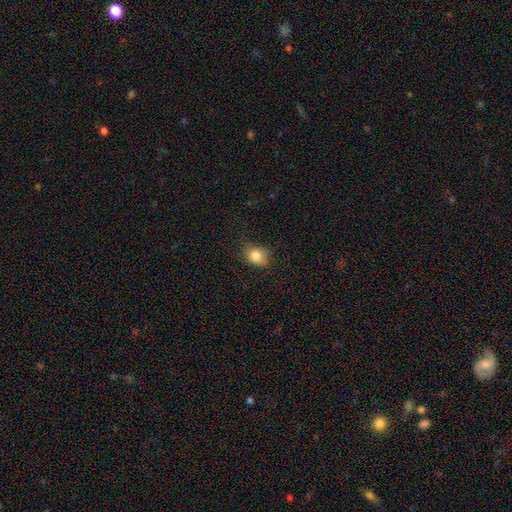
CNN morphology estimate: smooth_or_featured: smooth (p=0.82) [alt: star or artifact p=0.10]
how_rounded: round (p=0.55) [alt: in between p=0.44]
merging: none (p=0.61) [alt: minor disturbance p=0.28]